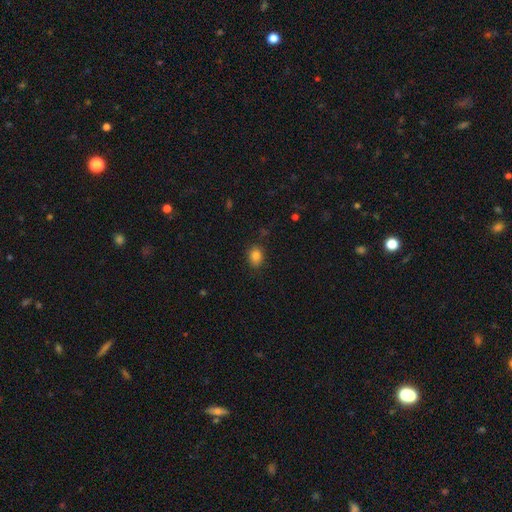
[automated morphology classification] type=smooth (84%); roundness=in between (62%); merging=none (85%).